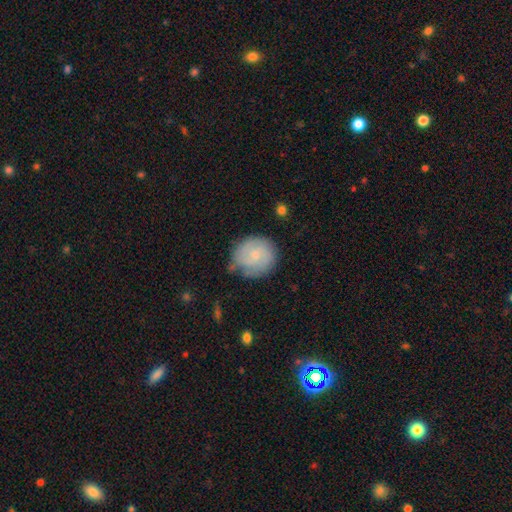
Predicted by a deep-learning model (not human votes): Overall: featured or disk (48%; smooth 46%). Merging: none (69%).